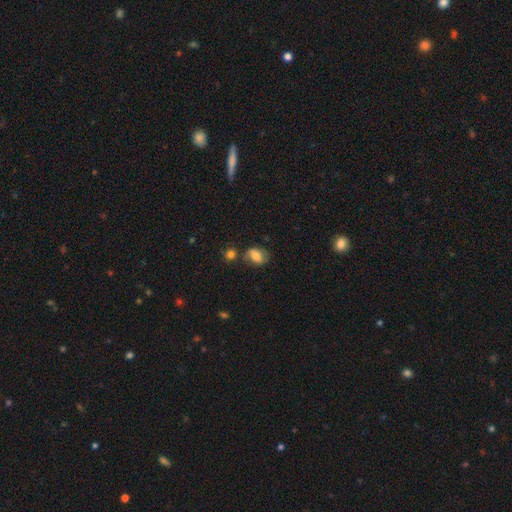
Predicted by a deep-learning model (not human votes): Smooth or featured? Predicted: smooth (p=0.67). How rounded? Predicted: in between (p=0.70). Merging? Predicted: none (p=0.63).